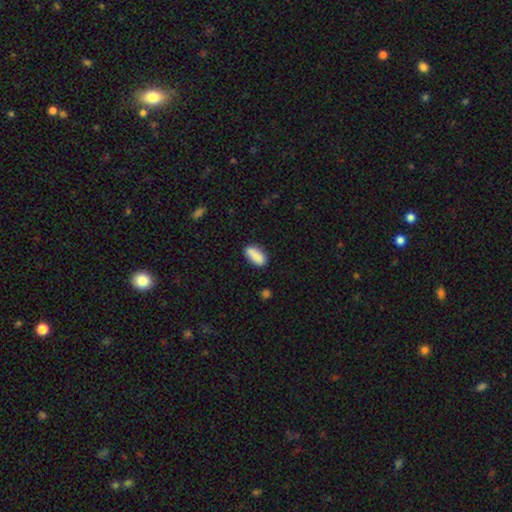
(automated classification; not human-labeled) Morphology: type=smooth (86%); roundness=in between (87%); merging=none (77%).